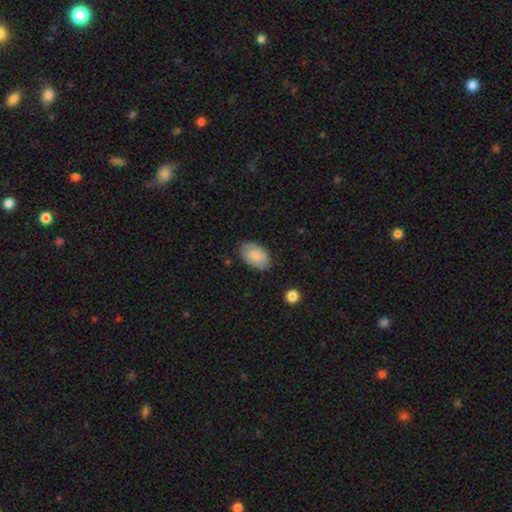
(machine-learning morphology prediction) Smooth or featured? Predicted: smooth (p=0.75). How rounded? Predicted: in between (p=0.92). Merging? Predicted: none (p=0.78).